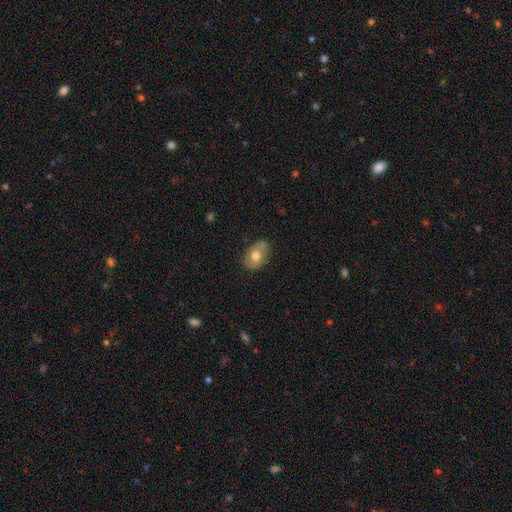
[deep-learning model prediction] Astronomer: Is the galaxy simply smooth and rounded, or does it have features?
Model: smooth — 68%.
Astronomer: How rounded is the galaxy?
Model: in between — 82%.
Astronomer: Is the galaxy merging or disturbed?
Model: none — 75%.